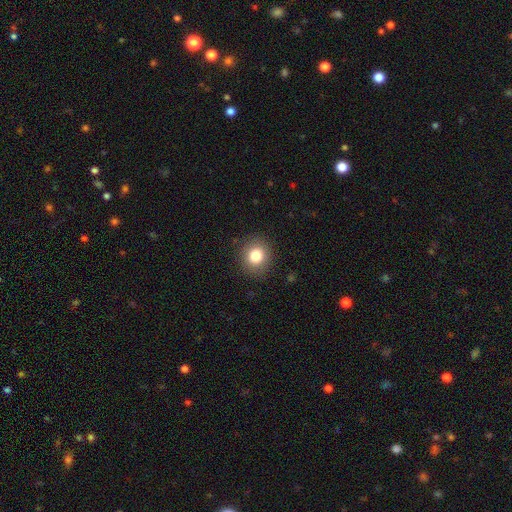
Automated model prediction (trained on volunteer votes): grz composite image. It shows a smooth galaxy with no disk features (82%) that is round (81%). Merging: none (88%).